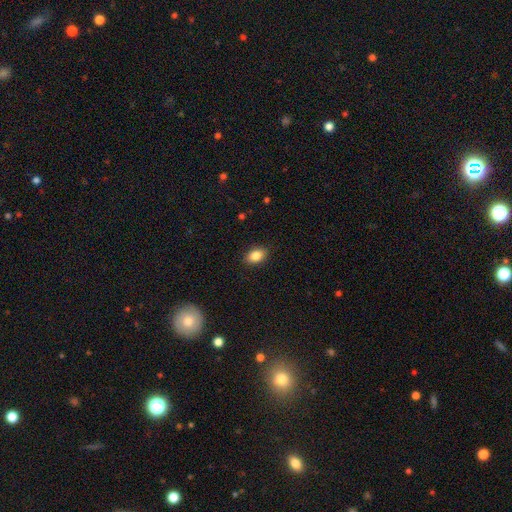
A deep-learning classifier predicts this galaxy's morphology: Smooth or featured: smooth — 86% (star or artifact — 8%)
How rounded: in between — 83% (round — 15%)
Merging: none — 89% (minor disturbance — 8%)